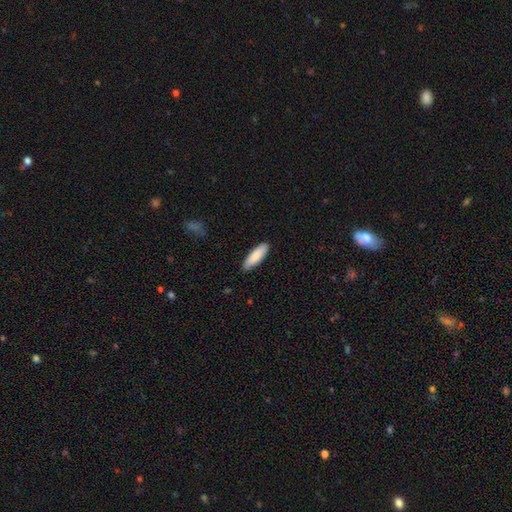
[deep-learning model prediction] Smooth or featured: smooth — 83% (featured or disk — 11%)
How rounded: in between — 52% (cigar-shaped — 46%)
Merging: none — 88% (minor disturbance — 9%)